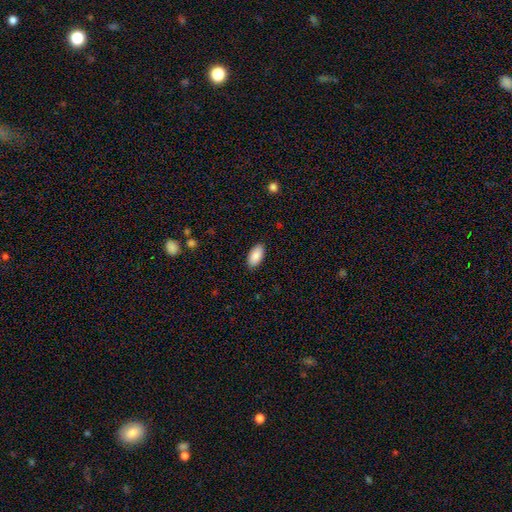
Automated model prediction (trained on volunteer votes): smooth-or-featured: smooth: 89% | star or artifact: 6% | featured or disk: 5%
  how-rounded: in between: 95% | cigar-shaped: 3% | round: 2%
  merging: none: 89% | minor disturbance: 9% | major disturbance: 2% | merger: 1%